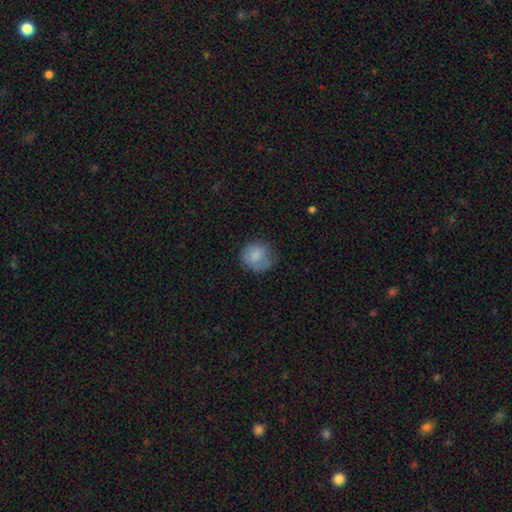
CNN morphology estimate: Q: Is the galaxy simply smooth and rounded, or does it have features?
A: smooth — 80%.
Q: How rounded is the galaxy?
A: round — 84%.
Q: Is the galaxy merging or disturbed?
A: none — 63%.